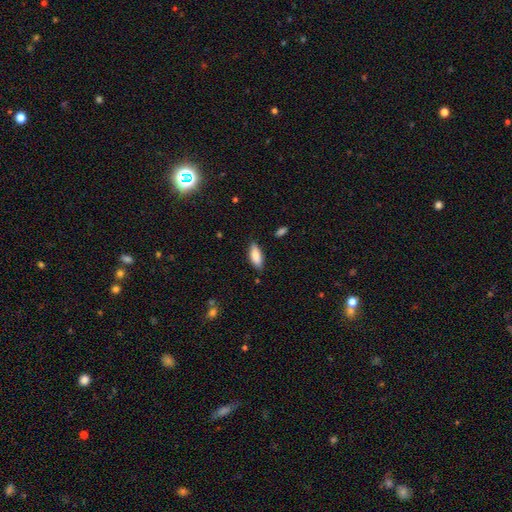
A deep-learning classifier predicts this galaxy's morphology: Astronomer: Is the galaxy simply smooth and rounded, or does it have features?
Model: smooth — 85%.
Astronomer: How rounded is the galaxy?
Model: in between — 73%.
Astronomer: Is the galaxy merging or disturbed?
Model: none — 82%.